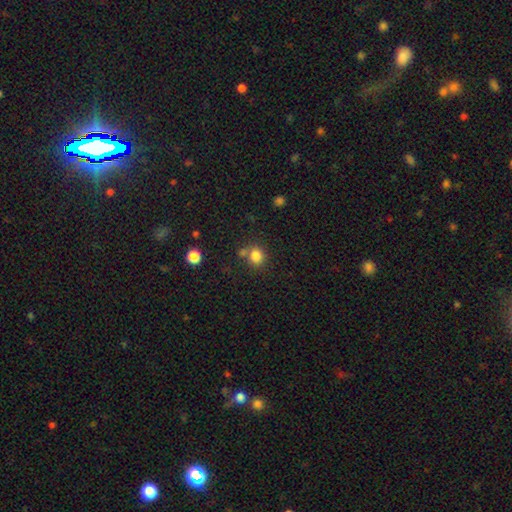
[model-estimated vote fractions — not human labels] This is clearly a smooth galaxy (83%). How rounded: clearly round (81%). Merging: likely none (66%).